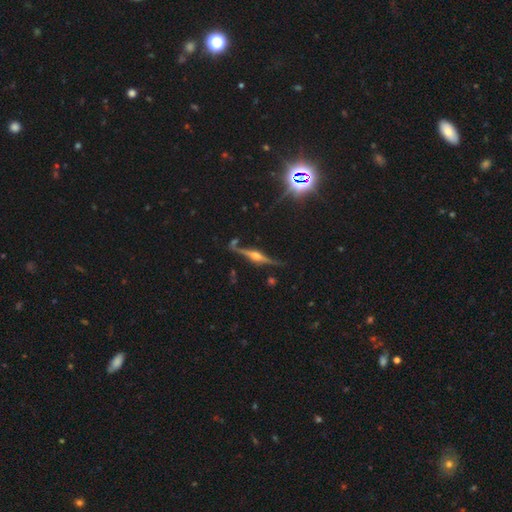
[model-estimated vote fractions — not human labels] Smooth or featured? featured or disk (85%)
Edge-on disk? yes (97%)
Edge-on bulge? rounded (92%)
Merging? none (79%)